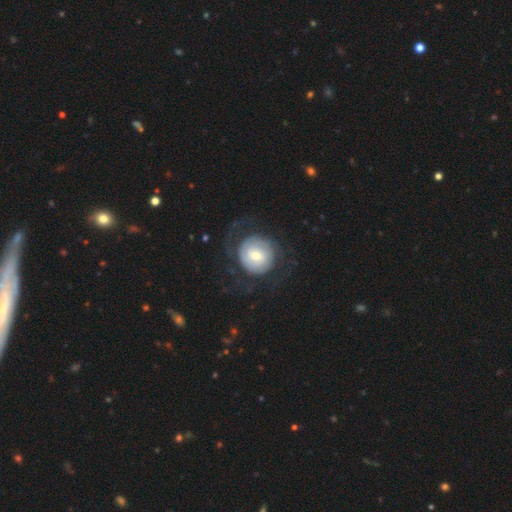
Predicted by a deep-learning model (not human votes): Smooth or featured?
  - featured or disk: 61% *
  - smooth: 33%
  - star or artifact: 6%
Edge-on disk?
  - no: 97% *
  - yes: 3%
Bar?
  - no: 63% *
  - weak: 30%
  - strong: 8%
Spiral arms?
  - yes: 80% *
  - no: 20%
Bulge size?
  - moderate: 49% *
  - small: 40%
  - large: 8%
  - dominant: 2%
  - none: 1%
Merging?
  - none: 63% *
  - major disturbance: 22%
  - minor disturbance: 14%
  - merger: 1%